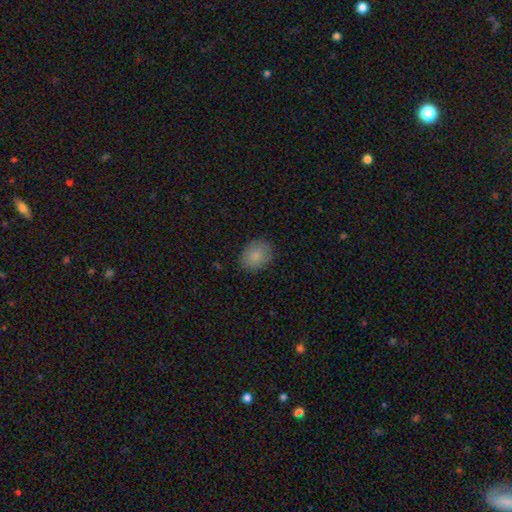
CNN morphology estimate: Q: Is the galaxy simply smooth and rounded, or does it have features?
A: smooth — 85%.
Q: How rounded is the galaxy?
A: in between — 53%.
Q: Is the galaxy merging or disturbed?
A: none — 85%.